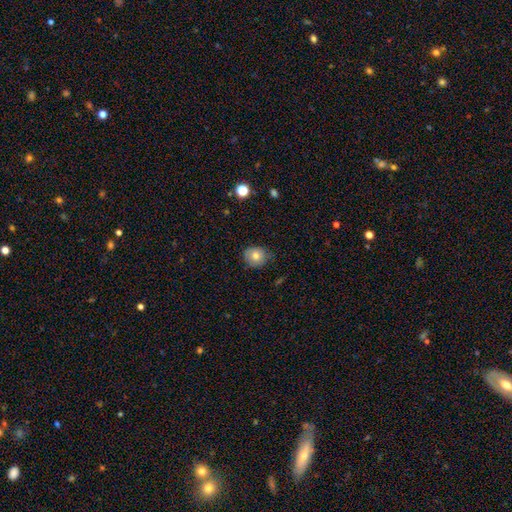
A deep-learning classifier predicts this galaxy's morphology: Overall: smooth (75%). How rounded: round (75%). Merging: none (73%).